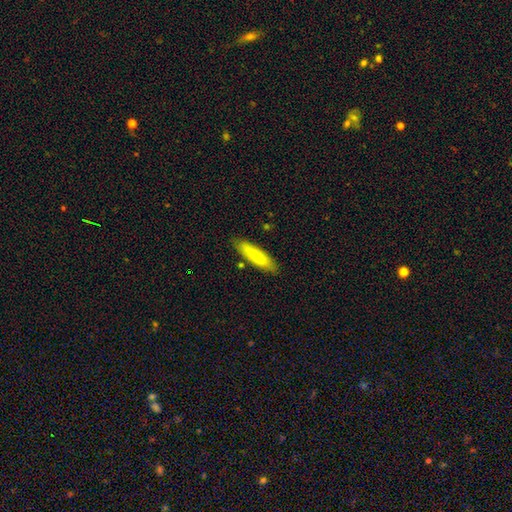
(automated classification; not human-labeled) smooth_or_featured: smooth (p=0.75) [alt: featured or disk p=0.19]
how_rounded: cigar-shaped (p=0.65) [alt: in between p=0.33]
merging: none (p=0.82) [alt: minor disturbance p=0.13]